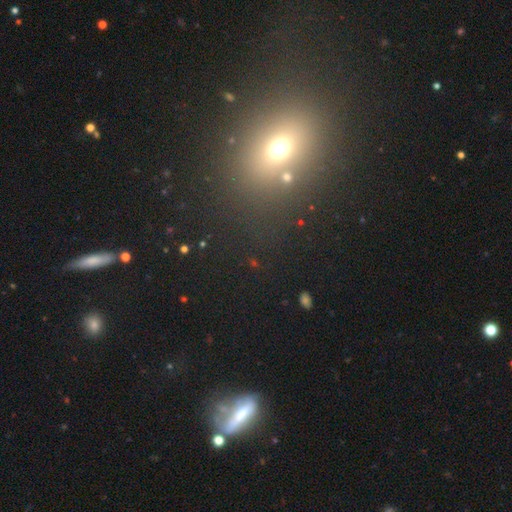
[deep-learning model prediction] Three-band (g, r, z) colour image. It shows a star or artifact, not a galaxy (43%).